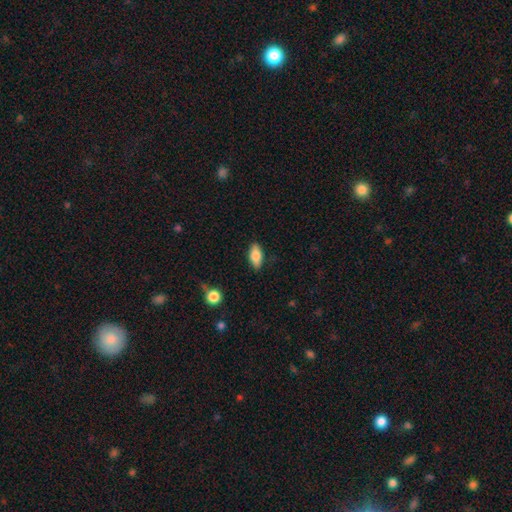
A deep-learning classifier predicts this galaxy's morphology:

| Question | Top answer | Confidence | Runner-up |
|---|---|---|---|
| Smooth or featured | smooth | 77% | featured or disk (16%) |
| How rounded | in between | 85% | cigar-shaped (11%) |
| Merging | none | 84% | minor disturbance (12%) |